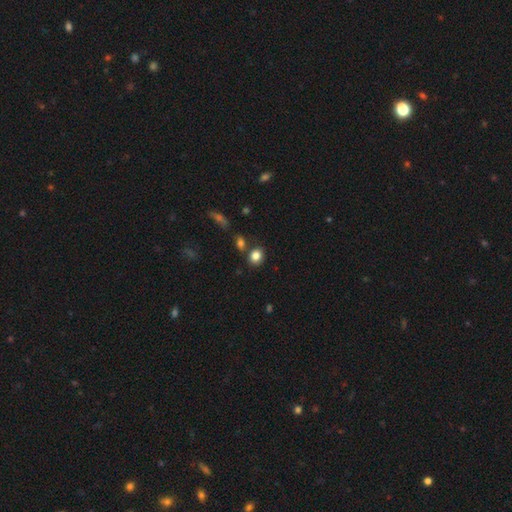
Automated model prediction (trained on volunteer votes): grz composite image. It shows a smooth galaxy with no disk features (83%) that is round (63%). Merging: none (74%).